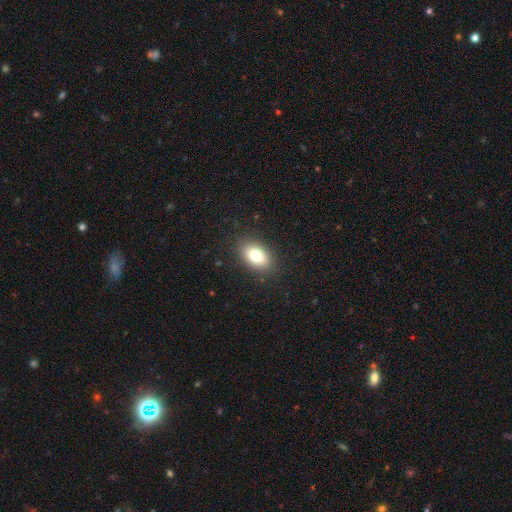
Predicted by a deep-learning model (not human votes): Overall: smooth (78%). How rounded: in between (87%). Merging: none (87%).